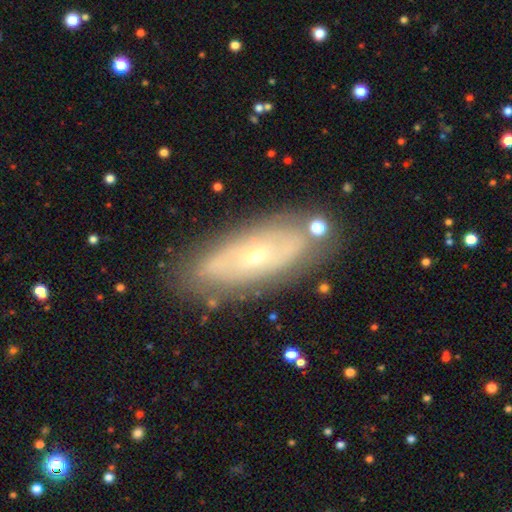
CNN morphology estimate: This appears to be a featured or disk galaxy (67%) with no bar (83%), spiral arms (56%) and a small central bulge (71%). Merging: none (80%).